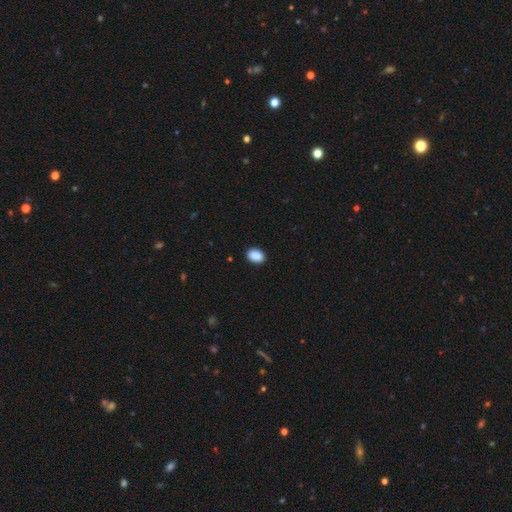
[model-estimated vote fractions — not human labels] A smooth galaxy with no disk features (90%) that is in between round and cigar-shaped (79%).

Vote fractions:
- Smooth or featured? smooth: 90% / star or artifact: 8% / featured or disk: 2%
- How rounded? in between: 79% / round: 20% / cigar-shaped: 1%
- Merging? none: 89% / minor disturbance: 8% / major disturbance: 2% / merger: 1%